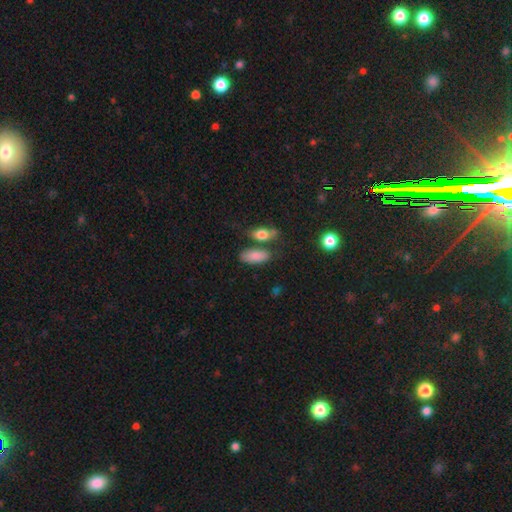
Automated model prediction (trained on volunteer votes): Smooth or featured: smooth — 84% (featured or disk — 9%)
How rounded: in between — 83% (cigar-shaped — 13%)
Merging: none — 61% (merger — 17%)